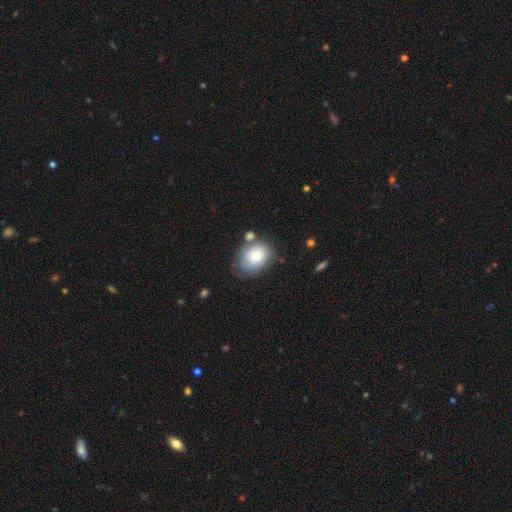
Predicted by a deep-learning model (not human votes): Q: Smooth or featured?
A: smooth (71%); runner-up: featured or disk (22%)
Q: How rounded?
A: in between (61%); runner-up: round (38%)
Q: Merging?
A: none (54%); runner-up: minor disturbance (25%)